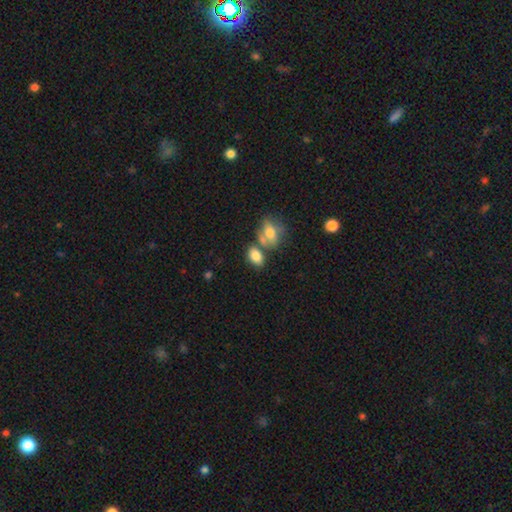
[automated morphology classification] smooth 81%, featured or disk 10%, star or artifact 9%. Down the decision tree: how rounded — in between (84%); merging — none (47%).